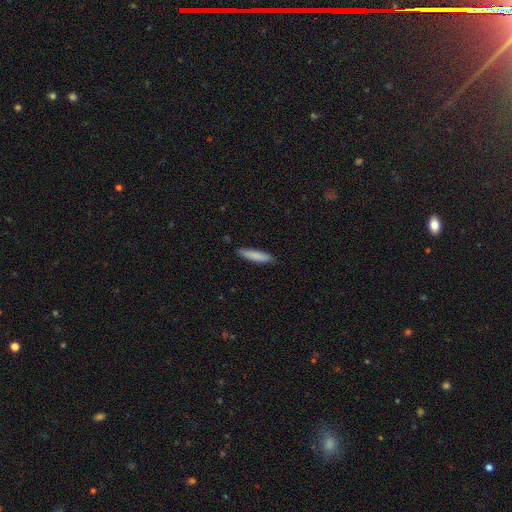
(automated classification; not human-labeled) The model was most divided on "how rounded": cigar-shaped: 83%, in between: 15%, round: 1%. More confident: merging — none (87%); smooth or featured — smooth (84%).